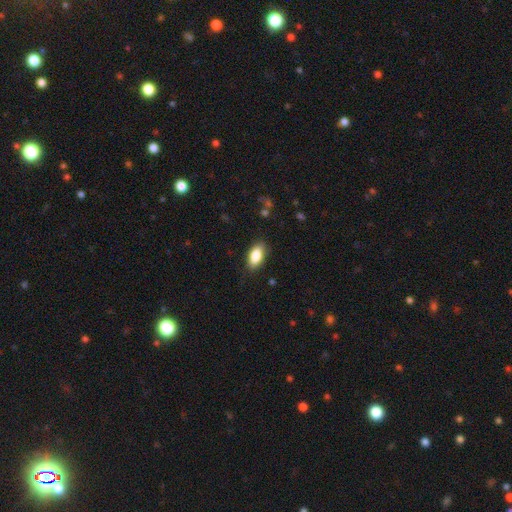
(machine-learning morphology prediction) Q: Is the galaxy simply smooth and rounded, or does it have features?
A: smooth — 86%.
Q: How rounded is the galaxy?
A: in between — 91%.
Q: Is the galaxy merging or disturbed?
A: none — 85%.